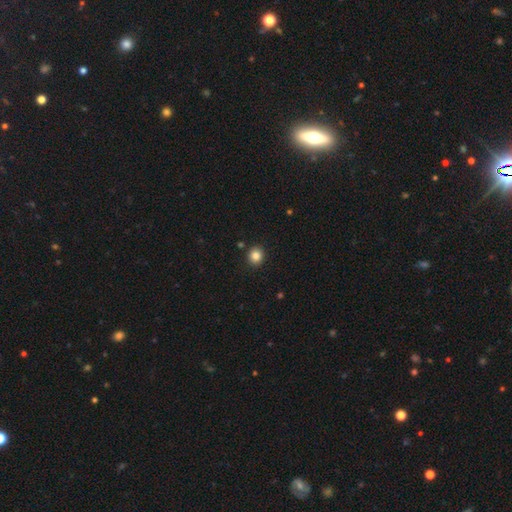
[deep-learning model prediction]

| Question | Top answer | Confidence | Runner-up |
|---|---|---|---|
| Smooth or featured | smooth | 84% | star or artifact (11%) |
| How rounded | round | 86% | in between (13%) |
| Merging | none | 91% | minor disturbance (6%) |